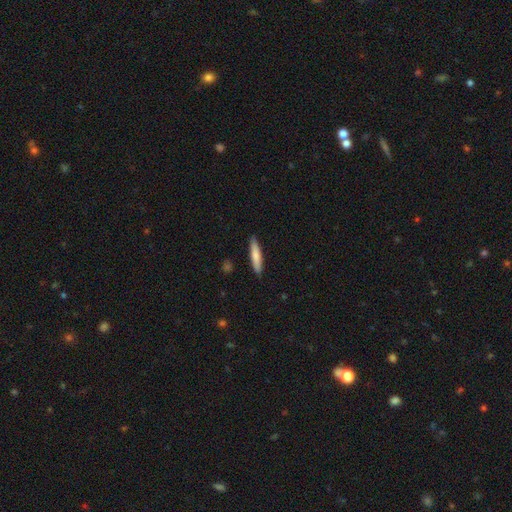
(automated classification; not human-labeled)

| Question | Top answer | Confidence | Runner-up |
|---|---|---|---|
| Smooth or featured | smooth | 72% | featured or disk (22%) |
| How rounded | cigar-shaped | 88% | in between (10%) |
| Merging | none | 89% | minor disturbance (8%) |